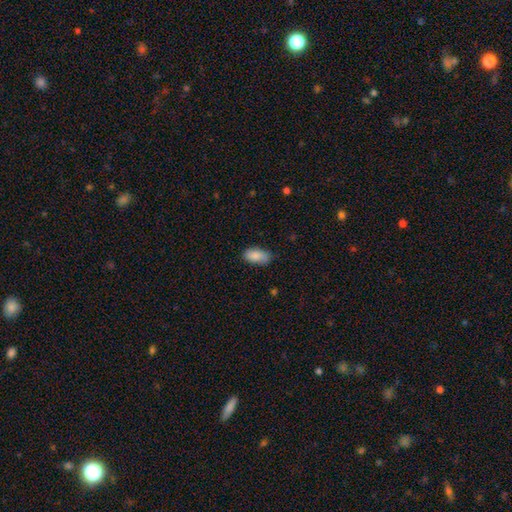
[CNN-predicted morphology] Smooth or featured? Predicted: smooth (p=0.88). How rounded? Predicted: in between (p=0.93). Merging? Predicted: none (p=0.77).